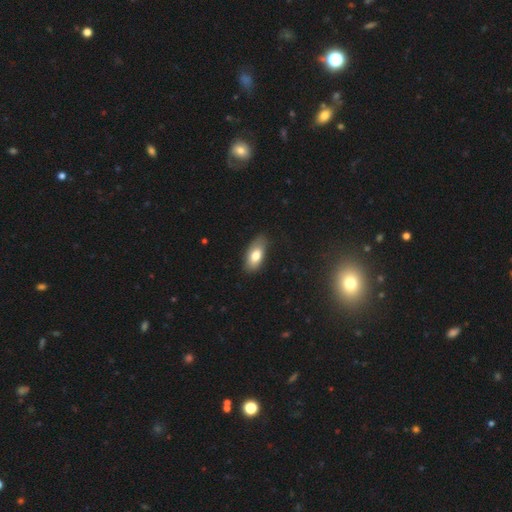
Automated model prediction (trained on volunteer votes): A smooth galaxy with no disk features (77%) that is in between round and cigar-shaped (89%). Merging: none (77%).